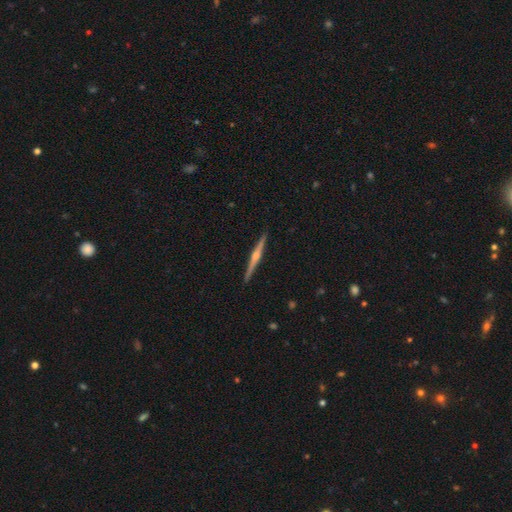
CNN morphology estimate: smooth_or_featured: featured or disk (p=0.80) [alt: smooth p=0.15]
disk_edge_on: yes (p=0.99) [alt: no p=0.01]
edge_on_bulge: rounded (p=0.88) [alt: none p=0.06]
merging: none (p=0.93) [alt: minor disturbance p=0.05]